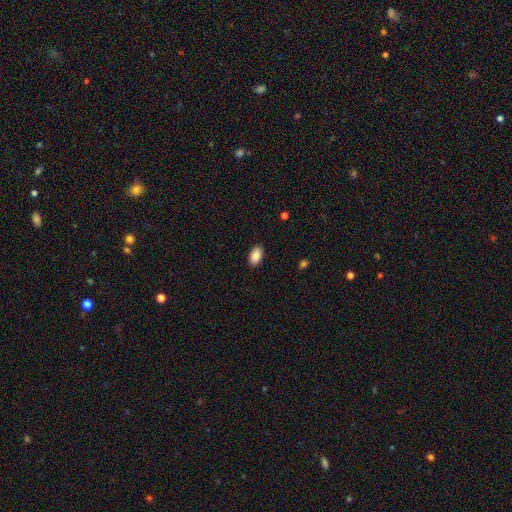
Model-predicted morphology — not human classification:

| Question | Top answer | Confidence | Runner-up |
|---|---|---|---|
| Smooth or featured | smooth | 88% | star or artifact (7%) |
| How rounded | in between | 94% | round (5%) |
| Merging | none | 89% | minor disturbance (8%) |